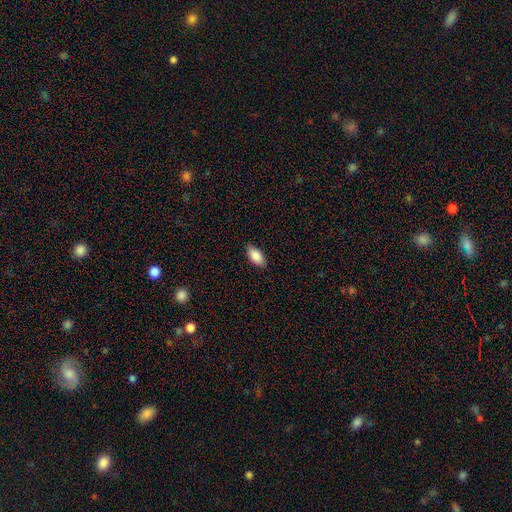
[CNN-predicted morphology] Q: Smooth or featured?
A: smooth (88%); runner-up: star or artifact (6%)
Q: How rounded?
A: in between (93%); runner-up: cigar-shaped (5%)
Q: Merging?
A: none (85%); runner-up: minor disturbance (12%)